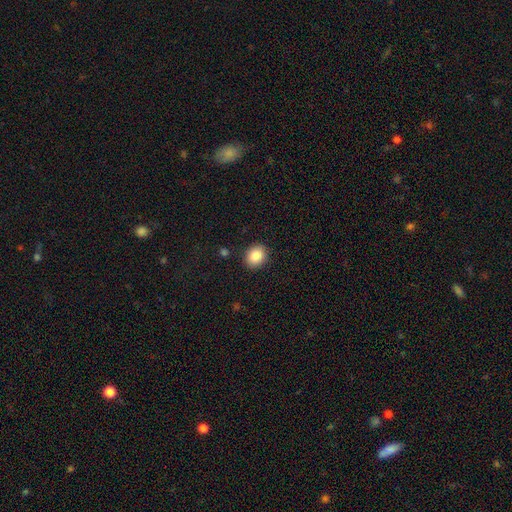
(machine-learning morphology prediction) smooth_or_featured: smooth (p=0.86) [alt: star or artifact p=0.08]
how_rounded: round (p=0.55) [alt: in between p=0.44]
merging: none (p=0.89) [alt: minor disturbance p=0.07]